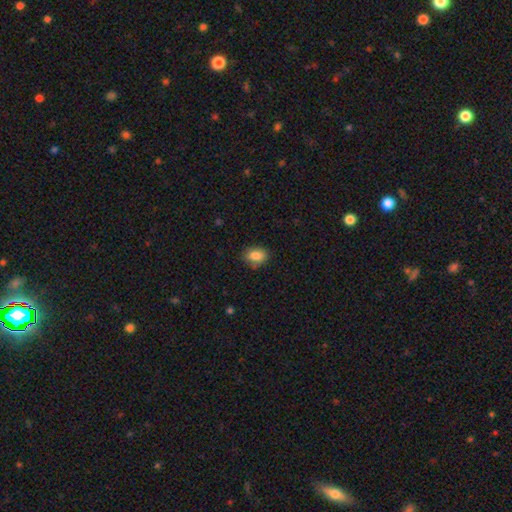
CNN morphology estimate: type=smooth (85%); roundness=in between (78%); merging=none (80%).